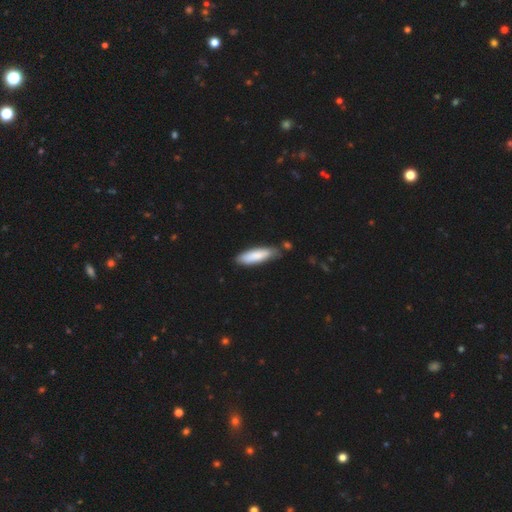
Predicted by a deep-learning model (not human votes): Smooth or featured? smooth (83%)
How rounded? cigar-shaped (62%)
Merging? none (75%)